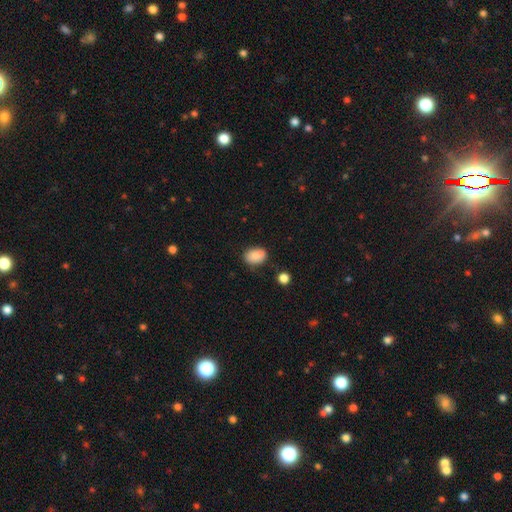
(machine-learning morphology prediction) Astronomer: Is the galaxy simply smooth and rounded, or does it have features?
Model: smooth — 86%.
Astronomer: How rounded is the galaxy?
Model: in between — 77%.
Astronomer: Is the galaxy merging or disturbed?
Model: none — 71%.